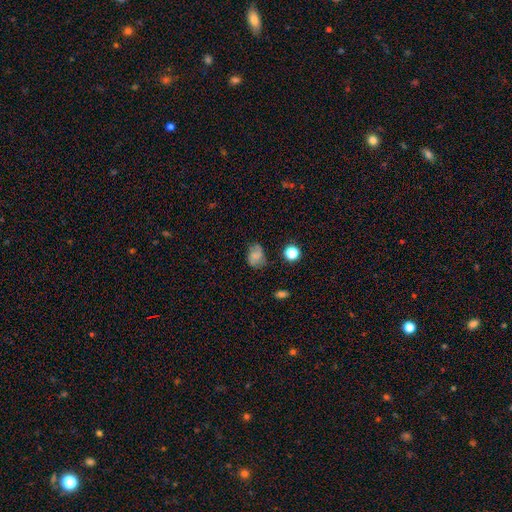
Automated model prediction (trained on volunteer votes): Smooth or featured: smooth — 60% (featured or disk — 26%)
How rounded: in between — 63% (round — 36%)
Merging: none — 59% (minor disturbance — 27%)